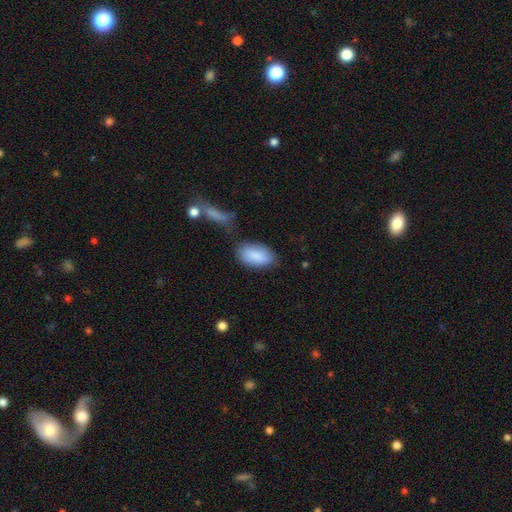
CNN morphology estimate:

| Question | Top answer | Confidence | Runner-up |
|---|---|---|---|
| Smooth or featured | smooth | 87% | featured or disk (7%) |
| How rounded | in between | 94% | round (4%) |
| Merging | none | 70% | minor disturbance (18%) |